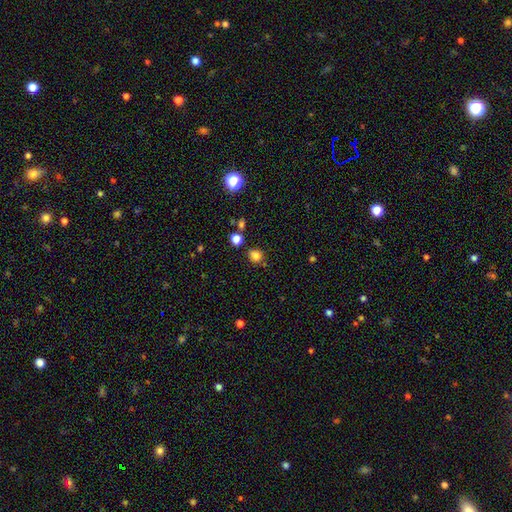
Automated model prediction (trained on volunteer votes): A smooth galaxy with no disk features (79%) that is round (75%).

Vote fractions:
- Smooth or featured? smooth: 79% / star or artifact: 15% / featured or disk: 5%
- How rounded? round: 75% / in between: 23% / cigar-shaped: 1%
- Merging? none: 76% / minor disturbance: 13% / merger: 7% / major disturbance: 4%